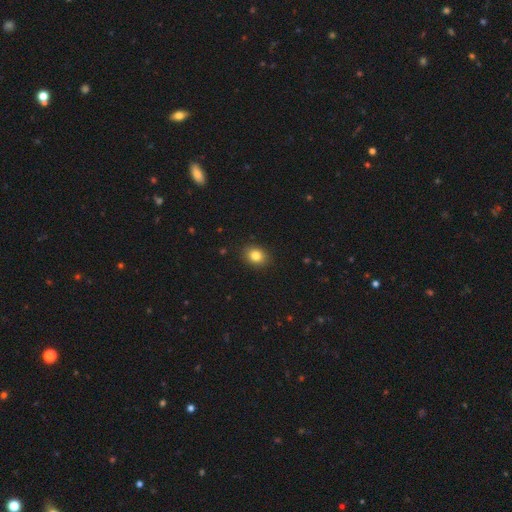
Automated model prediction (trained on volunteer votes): A smooth galaxy with no disk features (83%) that is in between round and cigar-shaped (50%). Merging: none (90%).